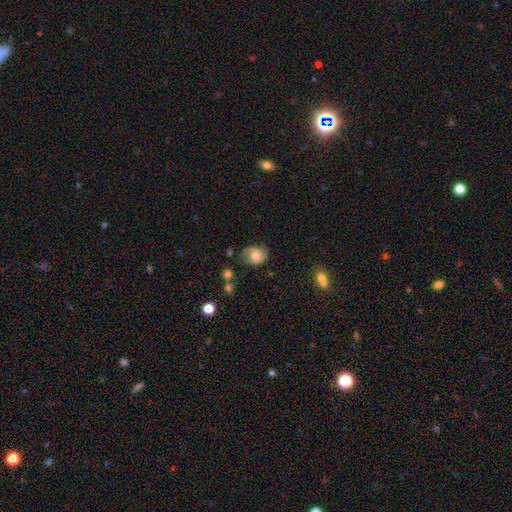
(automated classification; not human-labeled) smooth_or_featured: smooth (p=0.52) [alt: featured or disk p=0.39]
how_rounded: round (p=0.58) [alt: in between p=0.41]
merging: none (p=0.58) [alt: minor disturbance p=0.28]